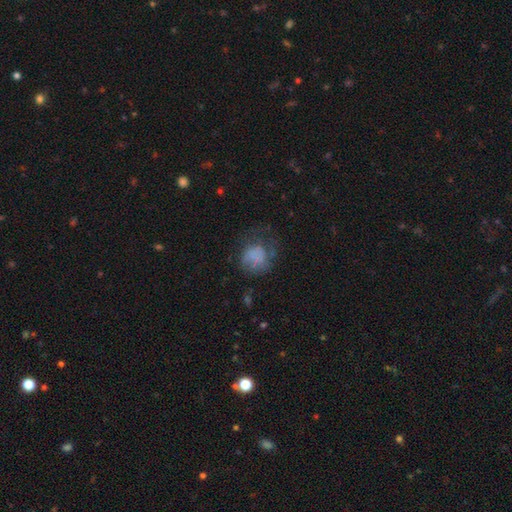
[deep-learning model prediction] Smooth or featured?
  - smooth: 56% *
  - featured or disk: 31%
  - star or artifact: 13%
How rounded?
  - round: 72% *
  - in between: 27%
  - cigar-shaped: 1%
Merging?
  - none: 39% *
  - major disturbance: 35%
  - minor disturbance: 24%
  - merger: 3%